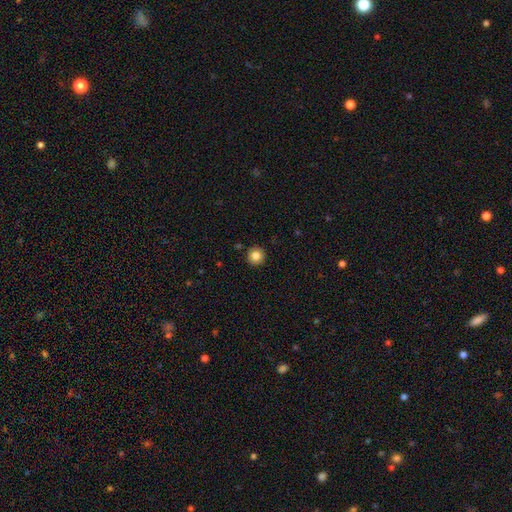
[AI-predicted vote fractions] Smooth or featured? smooth (83%)
How rounded? round (95%)
Merging? none (92%)